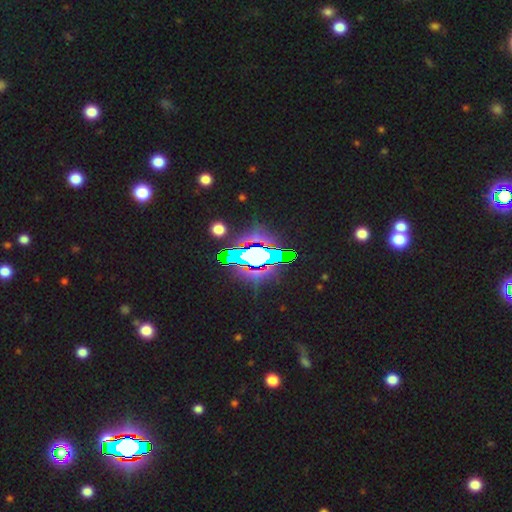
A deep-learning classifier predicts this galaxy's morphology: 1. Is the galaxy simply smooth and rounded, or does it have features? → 65% star or artifact, 18% smooth, 17% featured or disk.